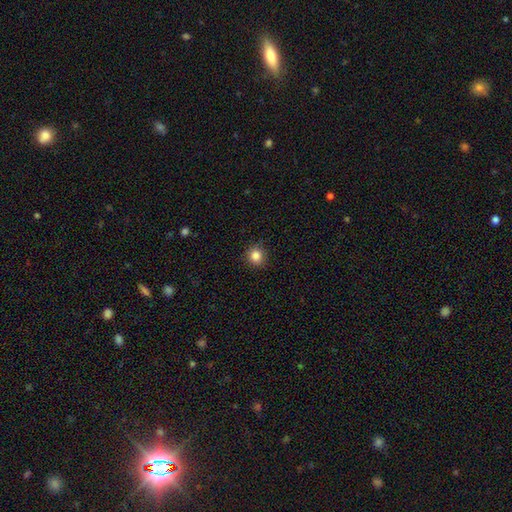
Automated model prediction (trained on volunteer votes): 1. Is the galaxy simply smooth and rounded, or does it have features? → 84% smooth, 11% star or artifact, 5% featured or disk.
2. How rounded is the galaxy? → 88% round, 11% in between, 1% cigar-shaped.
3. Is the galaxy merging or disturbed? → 90% none, 7% minor disturbance, 2% major disturbance, 1% merger.